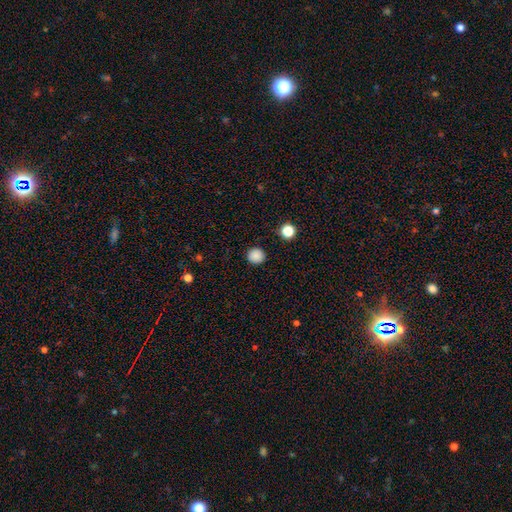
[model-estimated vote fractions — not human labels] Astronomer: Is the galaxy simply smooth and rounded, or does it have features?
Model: smooth — 86%.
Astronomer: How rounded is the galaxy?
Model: round — 93%.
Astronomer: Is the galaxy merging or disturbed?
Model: none — 91%.